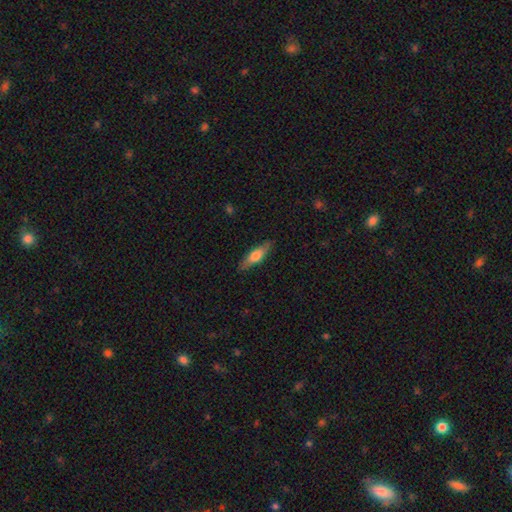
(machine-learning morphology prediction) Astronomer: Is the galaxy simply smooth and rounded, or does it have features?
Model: smooth — 55% (runner-up: featured or disk, 39%).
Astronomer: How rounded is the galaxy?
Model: cigar-shaped — 64%.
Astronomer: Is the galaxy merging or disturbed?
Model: none — 87%.